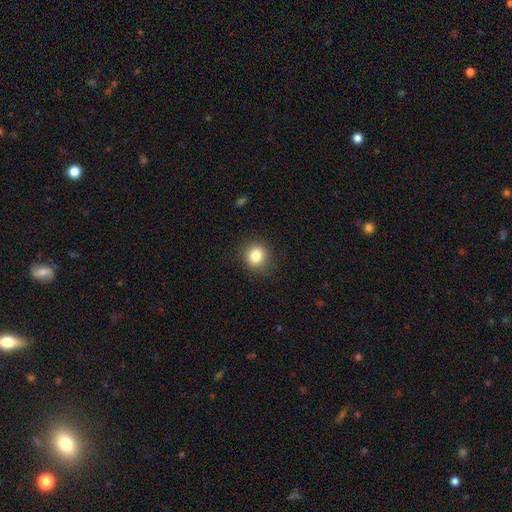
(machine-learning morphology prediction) smooth-or-featured: smooth: 83% | star or artifact: 11% | featured or disk: 7%
  how-rounded: round: 85% | in between: 14% | cigar-shaped: 1%
  merging: none: 88% | minor disturbance: 8% | major disturbance: 3% | merger: 1%